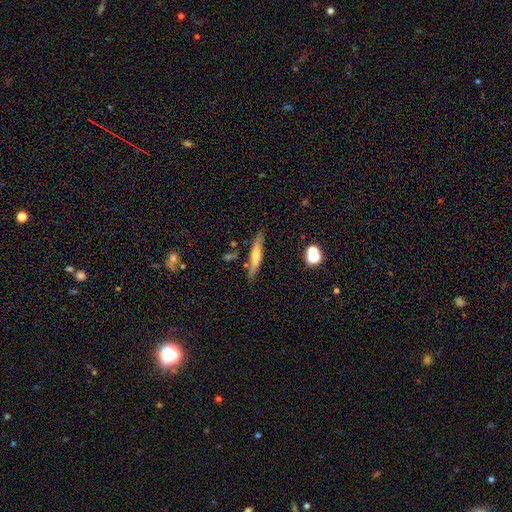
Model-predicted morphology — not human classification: smooth 56%, featured or disk 36%, star or artifact 8%. Down the decision tree: how rounded — cigar-shaped (86%); merging — none (76%).